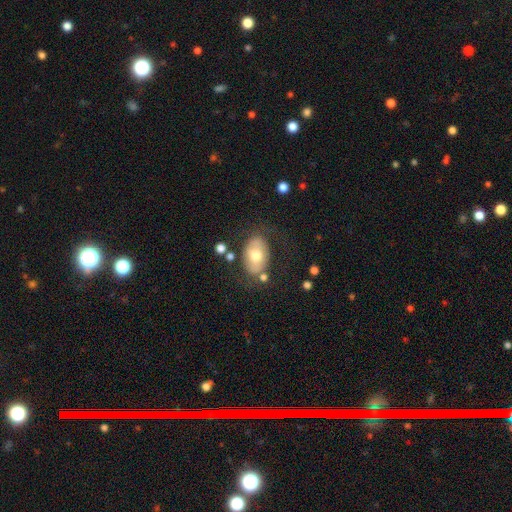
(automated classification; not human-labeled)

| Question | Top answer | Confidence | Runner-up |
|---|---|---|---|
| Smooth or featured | smooth | 59% | featured or disk (34%) |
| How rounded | in between | 84% | round (14%) |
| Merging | none | 67% | minor disturbance (18%) |